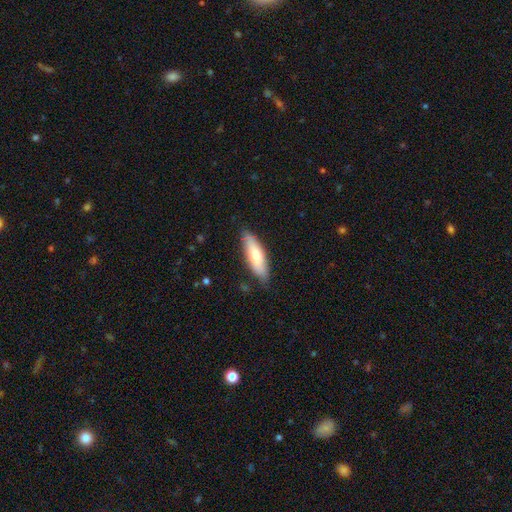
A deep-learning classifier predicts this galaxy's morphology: Overall: smooth (72%). How rounded: in between (51%; cigar-shaped 47%). Merging: none (81%).